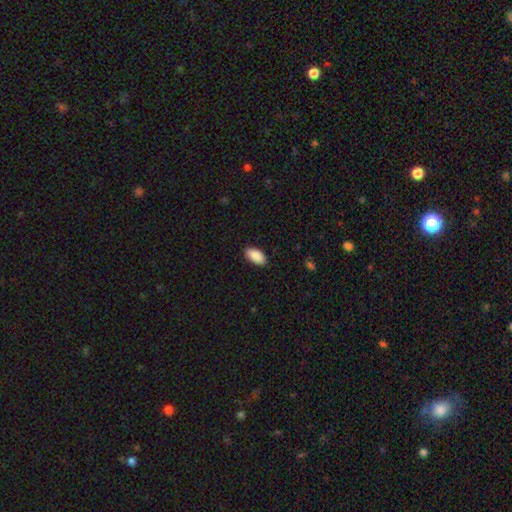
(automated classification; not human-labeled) smooth 91%, star or artifact 6%, featured or disk 3%. Down the decision tree: how rounded — in between (95%); merging — none (88%).